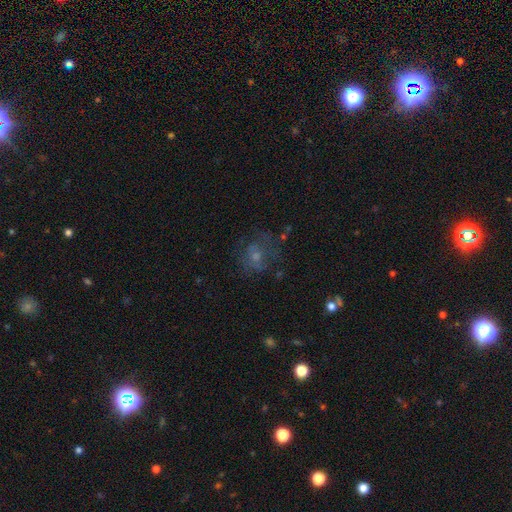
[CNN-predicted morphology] Smooth or featured? featured or disk (41%)
Merging? none (56%)